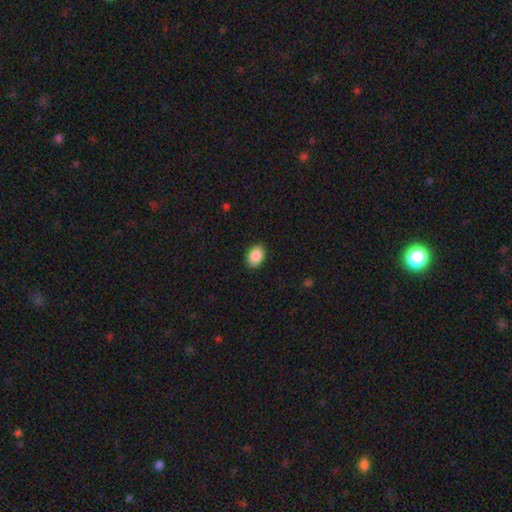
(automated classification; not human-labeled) This is clearly a smooth galaxy (89%). How rounded: clearly in between (81%). Merging: clearly none (89%).